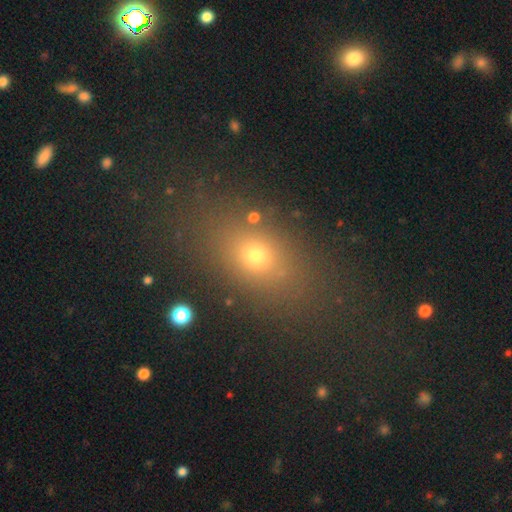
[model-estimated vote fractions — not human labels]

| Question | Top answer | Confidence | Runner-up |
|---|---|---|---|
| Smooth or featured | smooth | 63% | star or artifact (24%) |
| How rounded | in between | 63% | round (31%) |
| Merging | none | 82% | minor disturbance (10%) |